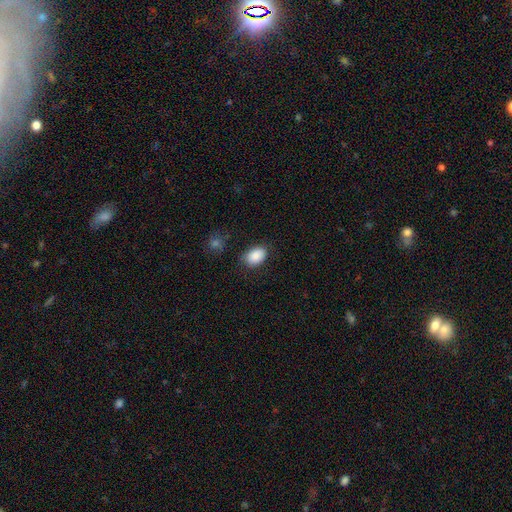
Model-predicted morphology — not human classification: smooth-or-featured: smooth: 89% | star or artifact: 7% | featured or disk: 4%
  how-rounded: in between: 84% | round: 15% | cigar-shaped: 1%
  merging: none: 79% | minor disturbance: 15% | major disturbance: 4% | merger: 2%